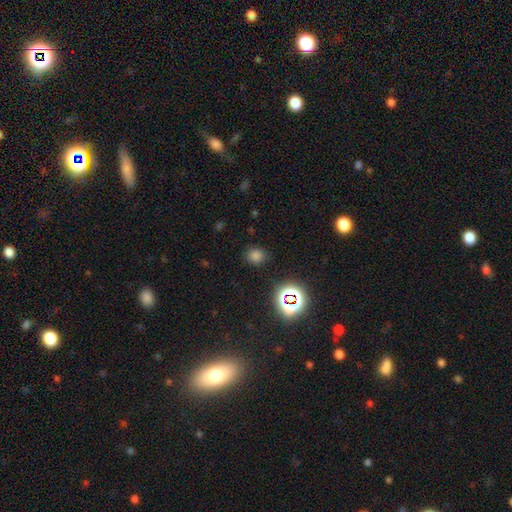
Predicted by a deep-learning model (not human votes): A smooth galaxy with no disk features (66%) that is round (79%).

Vote fractions:
- Smooth or featured? smooth: 66% / star or artifact: 29% / featured or disk: 5%
- How rounded? round: 79% / in between: 20% / cigar-shaped: 1%
- Merging? none: 86% / minor disturbance: 9% / major disturbance: 3% / merger: 2%